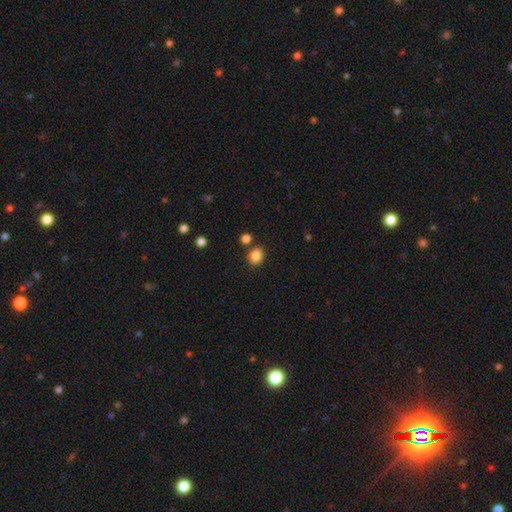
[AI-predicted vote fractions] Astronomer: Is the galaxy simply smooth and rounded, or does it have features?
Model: smooth — 85%.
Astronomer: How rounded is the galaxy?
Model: round — 52% (runner-up: in between, 47%).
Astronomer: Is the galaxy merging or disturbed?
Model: none — 78%.